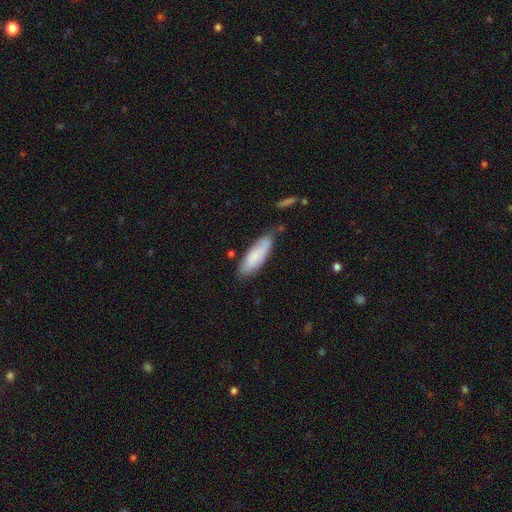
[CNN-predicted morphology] smooth 77%, featured or disk 17%, star or artifact 6%. Down the decision tree: how rounded — in between (54%); merging — none (66%).